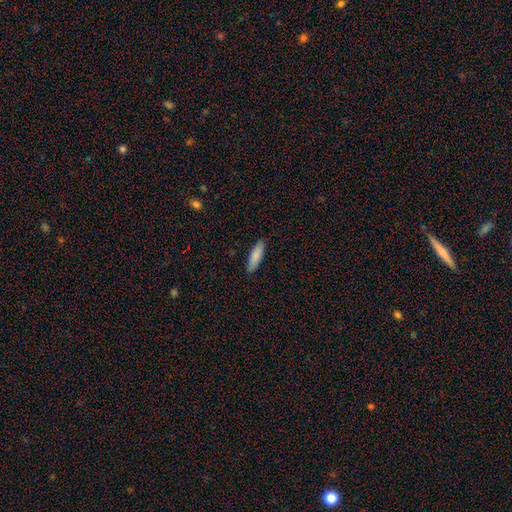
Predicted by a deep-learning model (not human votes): Smooth or featured?
  - smooth: 85% *
  - featured or disk: 9%
  - star or artifact: 6%
How rounded?
  - cigar-shaped: 54% *
  - in between: 44%
  - round: 2%
Merging?
  - none: 88% *
  - minor disturbance: 9%
  - major disturbance: 2%
  - merger: 1%